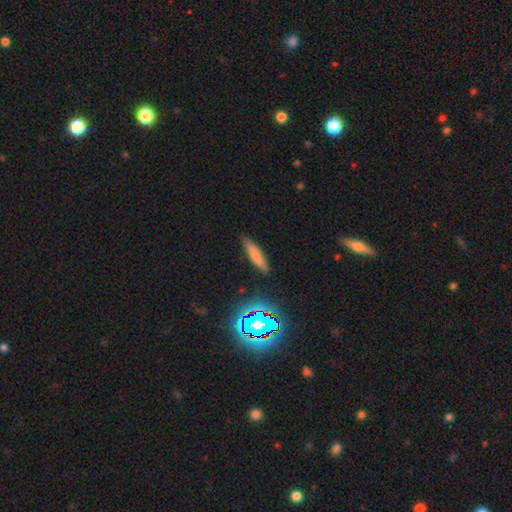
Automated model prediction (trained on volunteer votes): The model was most divided on "how rounded": cigar-shaped: 75%, in between: 23%, round: 2%. More confident: merging — none (83%); smooth or featured — smooth (70%).